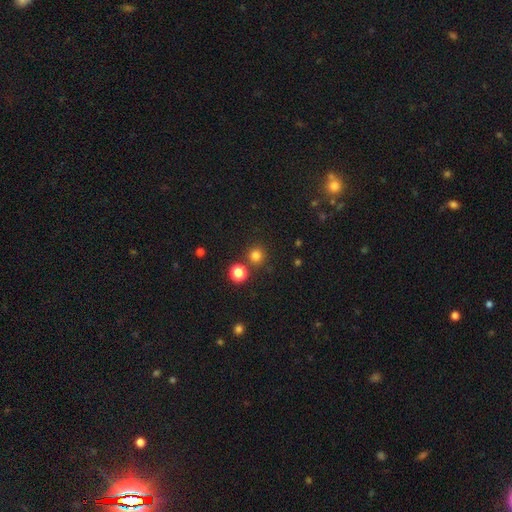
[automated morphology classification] A smooth galaxy with no disk features (80%) that is round (94%). Merging: none (84%).